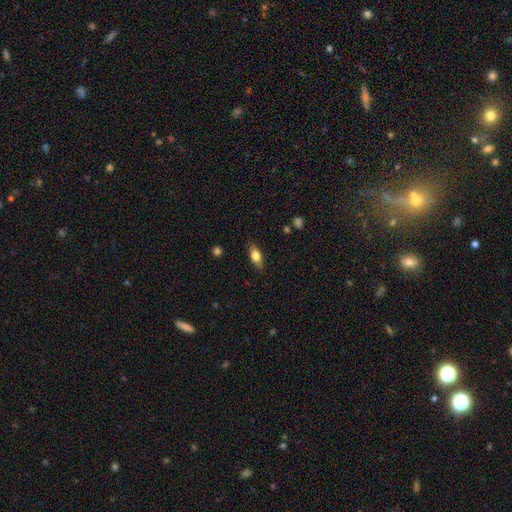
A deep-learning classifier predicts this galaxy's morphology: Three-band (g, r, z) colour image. It shows a smooth galaxy with no disk features (73%) that is in between round and cigar-shaped (78%). Merging: none (83%).